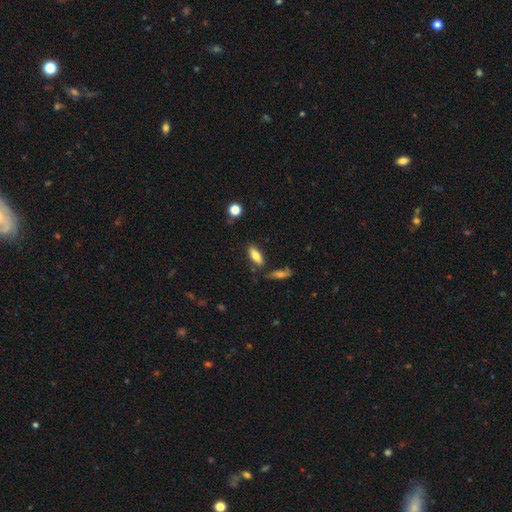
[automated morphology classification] Smooth or featured?
  - smooth: 79% *
  - featured or disk: 14%
  - star or artifact: 7%
How rounded?
  - in between: 67% *
  - cigar-shaped: 30%
  - round: 2%
Merging?
  - none: 79% *
  - minor disturbance: 12%
  - merger: 5%
  - major disturbance: 3%